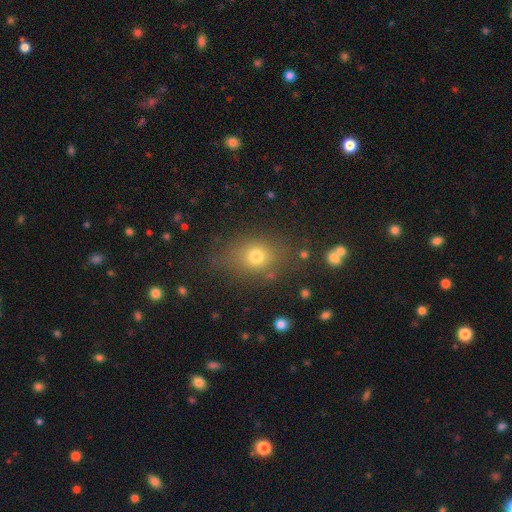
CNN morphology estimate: Overall: smooth (71%). How rounded: round (50%; in between 48%). Merging: none (78%).